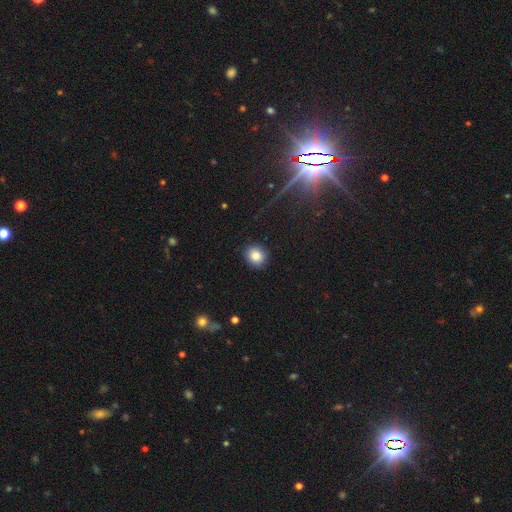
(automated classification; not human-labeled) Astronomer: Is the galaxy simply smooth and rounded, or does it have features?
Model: smooth — 84%.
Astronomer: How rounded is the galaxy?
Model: round — 81%.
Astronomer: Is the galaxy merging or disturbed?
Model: none — 89%.